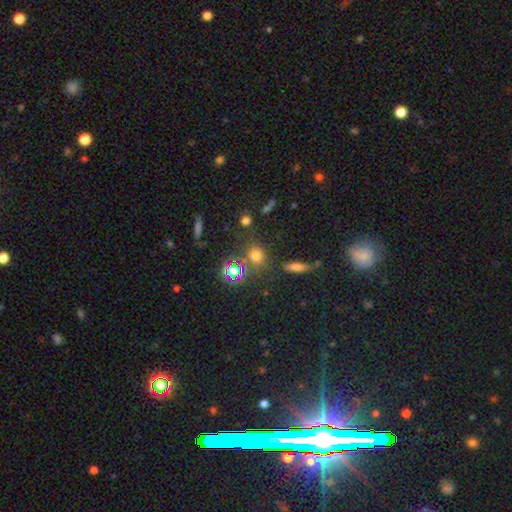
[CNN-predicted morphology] Smooth or featured? smooth (63%)
How rounded? round (70%)
Merging? none (73%)